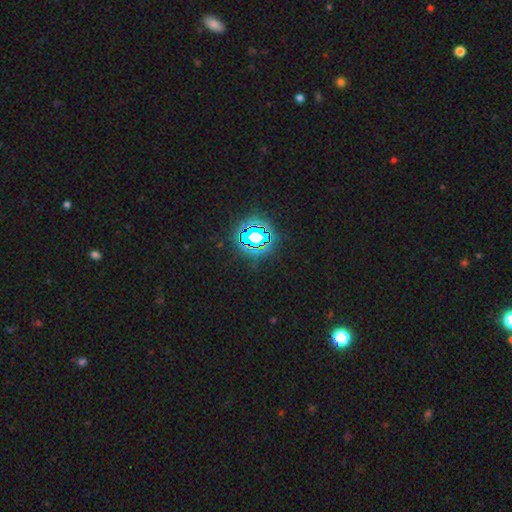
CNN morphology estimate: This appears to be a star or artifact, not a galaxy (81%).